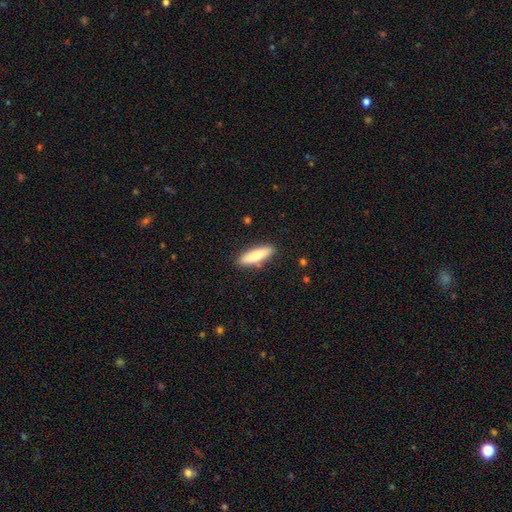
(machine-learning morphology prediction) Smooth or featured?
  - smooth: 77% *
  - featured or disk: 17%
  - star or artifact: 6%
How rounded?
  - cigar-shaped: 64% *
  - in between: 34%
  - round: 2%
Merging?
  - none: 86% *
  - minor disturbance: 10%
  - major disturbance: 2%
  - merger: 2%